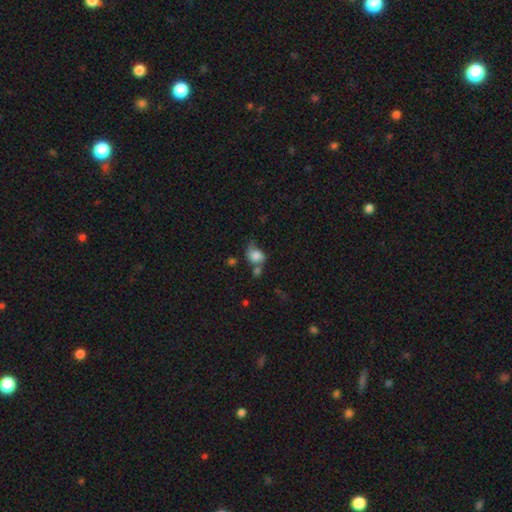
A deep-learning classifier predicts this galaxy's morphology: The model was most divided on "how rounded": in between: 50%, round: 49%, cigar-shaped: 1%. Remaining: smooth or featured — smooth (76%); merging — none (32%).